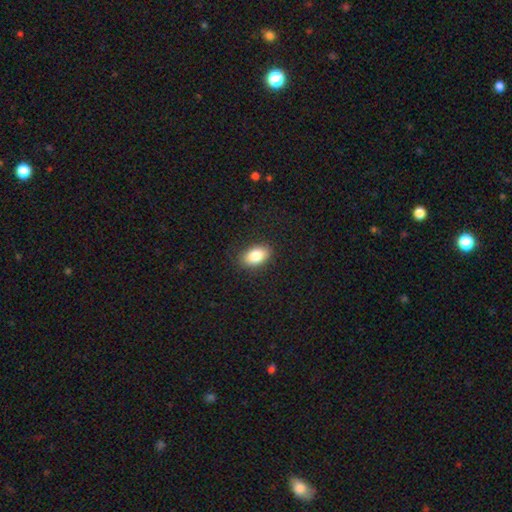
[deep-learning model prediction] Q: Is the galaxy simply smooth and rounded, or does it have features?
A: smooth — 84%.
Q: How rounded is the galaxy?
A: in between — 91%.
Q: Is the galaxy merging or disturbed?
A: none — 86%.